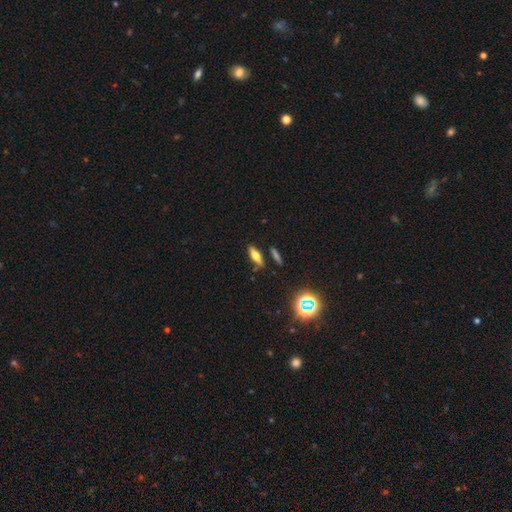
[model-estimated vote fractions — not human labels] A smooth galaxy with no disk features (49%).

Vote fractions:
- Smooth or featured? smooth: 49% / featured or disk: 37% / star or artifact: 14%
- Merging? none: 80% / minor disturbance: 11% / merger: 5% / major disturbance: 3%